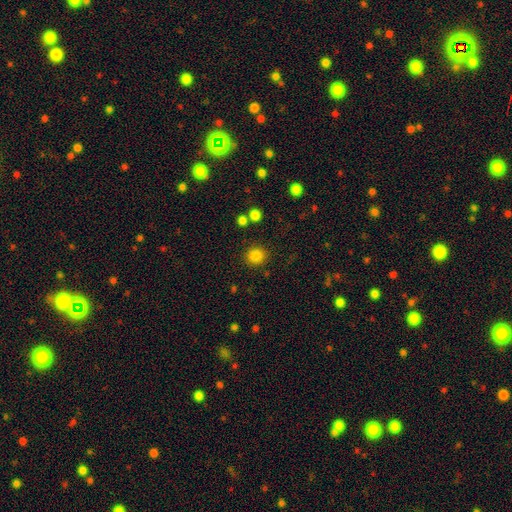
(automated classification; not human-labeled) This is clearly a smooth galaxy (84%). How rounded: clearly round (90%). Merging: clearly none (88%).